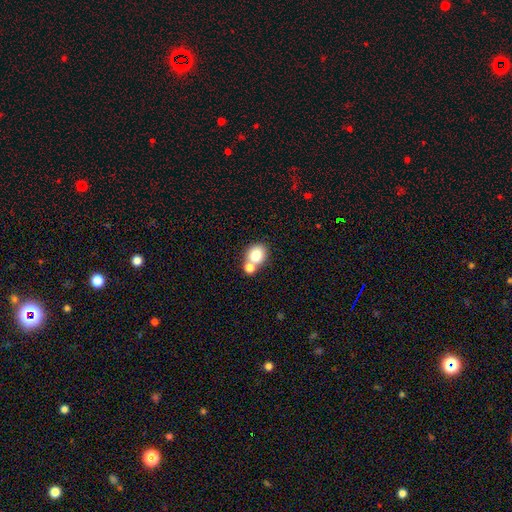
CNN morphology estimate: The model was most divided on "merging": none: 46%, merger: 43%, minor disturbance: 8%, major disturbance: 3%. More confident: smooth or featured — smooth (79%); how rounded — round (71%).